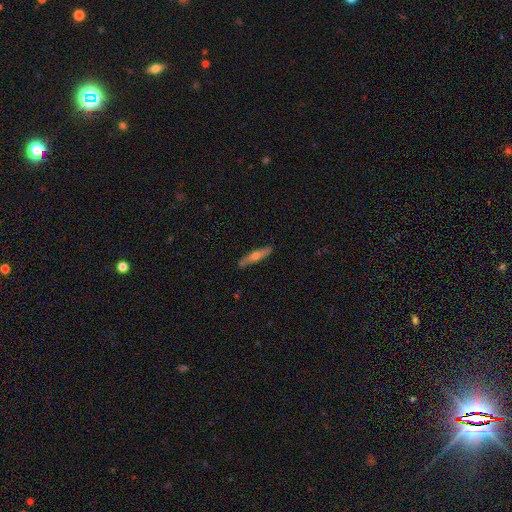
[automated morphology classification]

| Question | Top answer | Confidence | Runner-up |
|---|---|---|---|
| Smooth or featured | featured or disk | 54% | smooth (39%) |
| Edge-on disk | yes | 88% | no (12%) |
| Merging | none | 87% | minor disturbance (10%) |